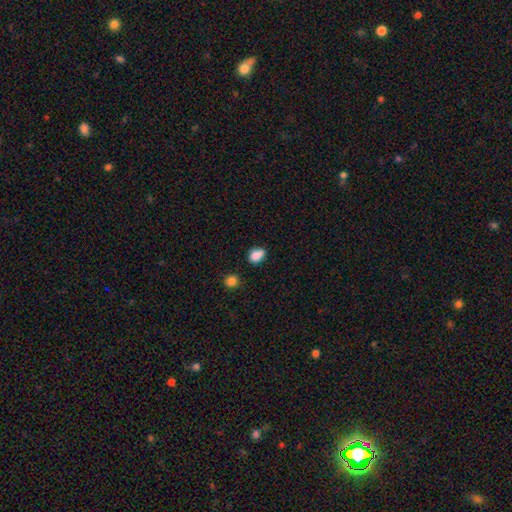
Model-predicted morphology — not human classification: Smooth or featured? Predicted: smooth (p=0.82). How rounded? Predicted: in between (p=0.63). Merging? Predicted: none (p=0.53).